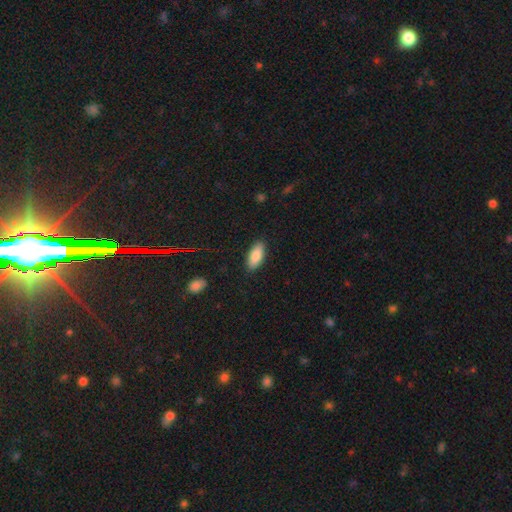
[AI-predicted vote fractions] smooth_or_featured: smooth (p=0.87) [alt: featured or disk p=0.07]
how_rounded: in between (p=0.86) [alt: cigar-shaped p=0.12]
merging: none (p=0.88) [alt: minor disturbance p=0.09]